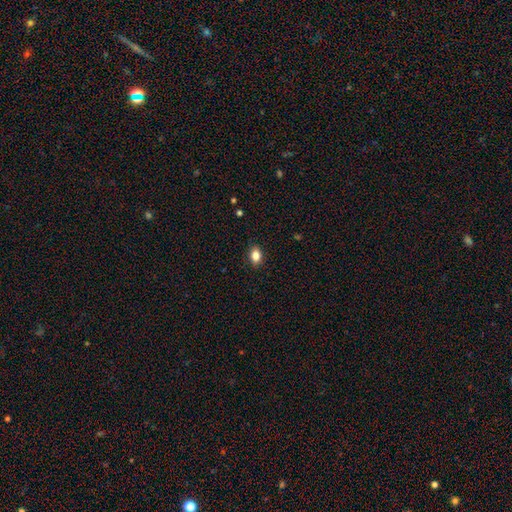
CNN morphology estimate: Smooth or featured? smooth (85%)
How rounded? in between (78%)
Merging? none (88%)